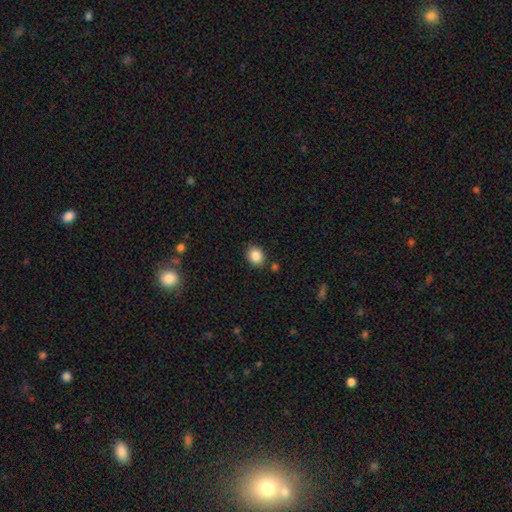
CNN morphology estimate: This is clearly a smooth galaxy (86%). How rounded: likely round (62%). Merging: clearly none (84%).